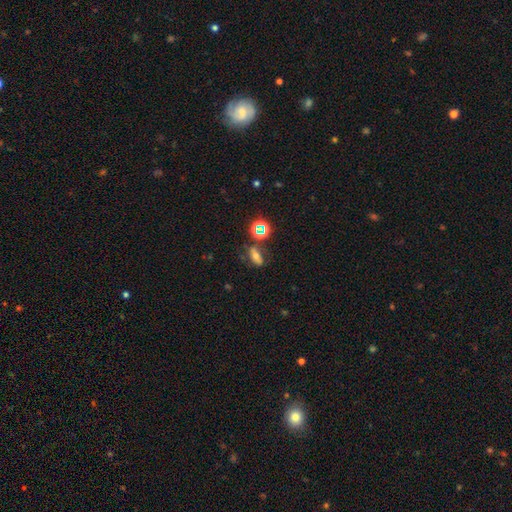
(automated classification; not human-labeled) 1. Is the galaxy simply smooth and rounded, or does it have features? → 49% smooth, 28% featured or disk, 24% star or artifact.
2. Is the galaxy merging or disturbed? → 65% none, 17% minor disturbance, 9% merger, 9% major disturbance.